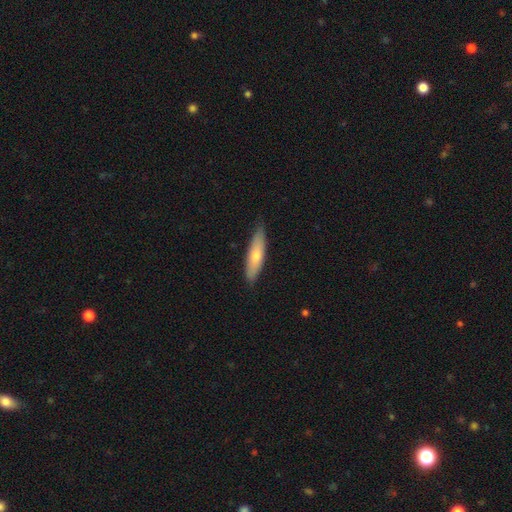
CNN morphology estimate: type=smooth (65%); roundness=cigar-shaped (69%); merging=none (83%).